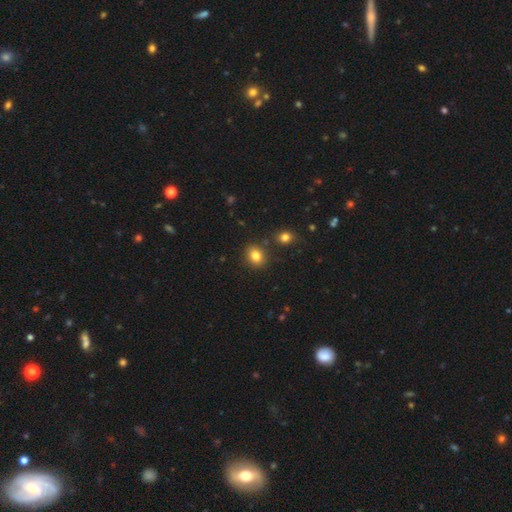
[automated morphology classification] Overall: smooth (83%). How rounded: round (56%; in between 43%). Merging: none (81%).